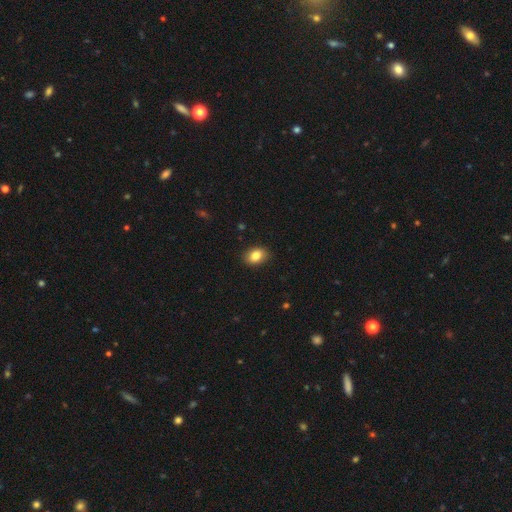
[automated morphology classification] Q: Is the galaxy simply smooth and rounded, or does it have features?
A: smooth — 84%.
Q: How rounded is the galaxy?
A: in between — 75%.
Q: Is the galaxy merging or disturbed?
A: none — 87%.